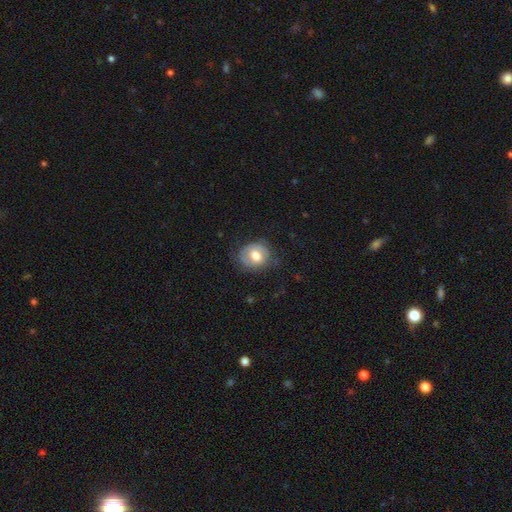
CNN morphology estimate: type=smooth (52%); roundness=round (65%); merging=none (69%).